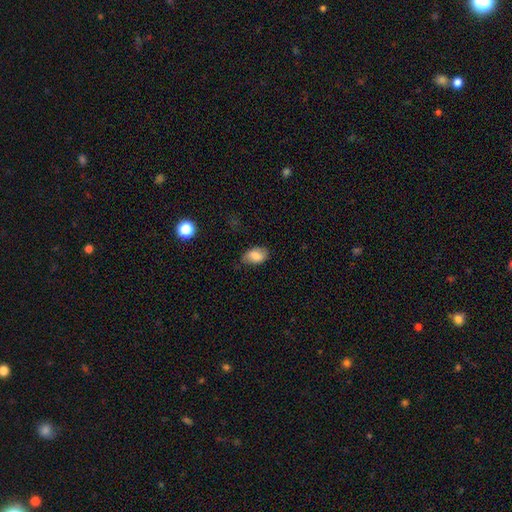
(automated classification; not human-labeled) This is likely a smooth galaxy (77%). How rounded: clearly in between (89%). Merging: likely none (67%).